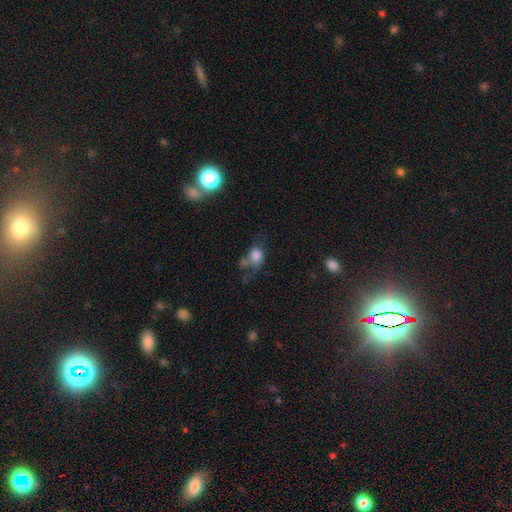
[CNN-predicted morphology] Q: Smooth or featured?
A: smooth (73%); runner-up: featured or disk (16%)
Q: How rounded?
A: in between (57%); runner-up: round (41%)
Q: Merging?
A: major disturbance (29%); runner-up: none (26%)